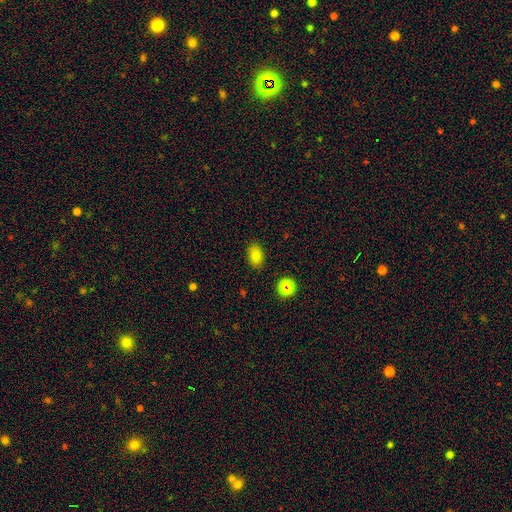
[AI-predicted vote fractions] Smooth or featured? Predicted: smooth (p=0.81). How rounded? Predicted: in between (p=0.84). Merging? Predicted: none (p=0.86).